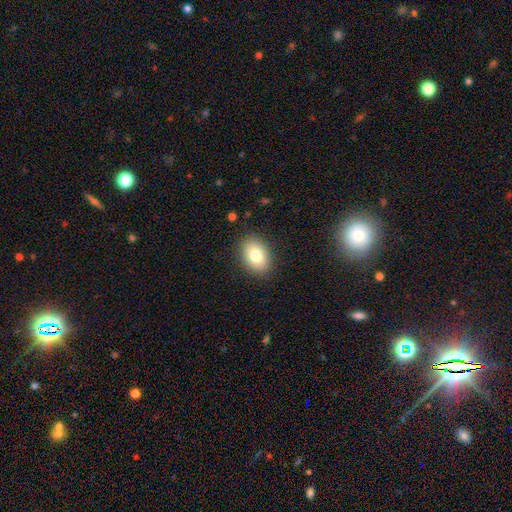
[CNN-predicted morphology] smooth 80%, featured or disk 12%, star or artifact 9%. Down the decision tree: how rounded — in between (75%); merging — none (88%).